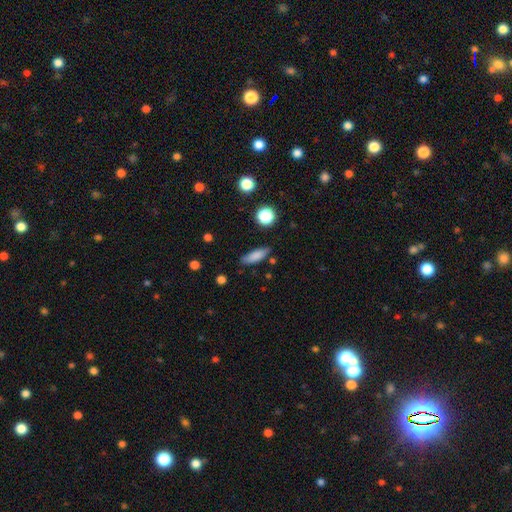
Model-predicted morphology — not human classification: A smooth galaxy with no disk features (81%) that is in between round and cigar-shaped (52%). Merging: none (79%).